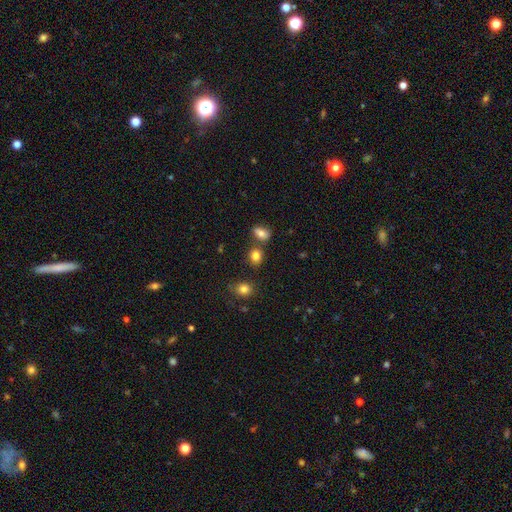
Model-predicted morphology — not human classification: This appears to be a smooth galaxy with no disk features (82%) that is round (61%). Merging: none (70%).